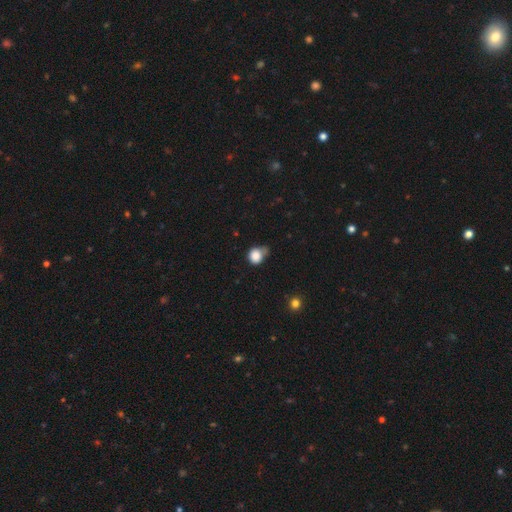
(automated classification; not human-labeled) The model was most divided on "merging": none: 46%, minor disturbance: 32%, merger: 12%, major disturbance: 10%. More confident: smooth or featured — smooth (85%); how rounded — round (79%).